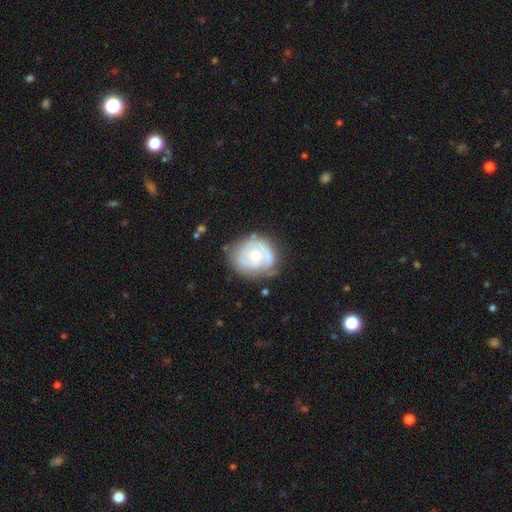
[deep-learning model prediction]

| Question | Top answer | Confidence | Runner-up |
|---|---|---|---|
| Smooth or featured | featured or disk | 71% | smooth (24%) |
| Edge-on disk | no | 98% | yes (2%) |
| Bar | no | 75% | weak (21%) |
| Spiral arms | yes | 84% | no (16%) |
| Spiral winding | tight | 60% | medium (30%) |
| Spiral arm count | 2 | 46% | can't tell (27%) |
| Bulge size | small | 48% | moderate (46%) |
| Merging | none | 68% | minor disturbance (21%) |